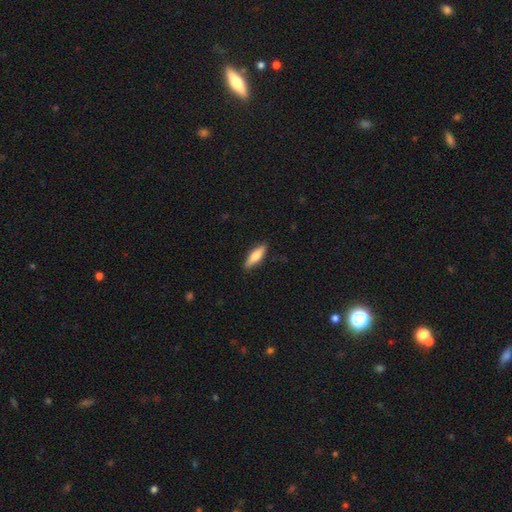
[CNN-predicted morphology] Q: Smooth or featured?
A: smooth (72%); runner-up: featured or disk (22%)
Q: How rounded?
A: cigar-shaped (56%); runner-up: in between (42%)
Q: Merging?
A: none (88%); runner-up: minor disturbance (9%)